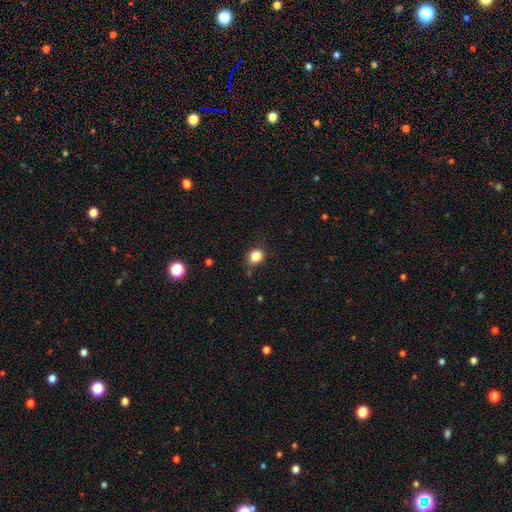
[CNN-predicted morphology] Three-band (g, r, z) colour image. It shows a smooth galaxy with no disk features (83%) that is round (75%). Merging: none (79%).